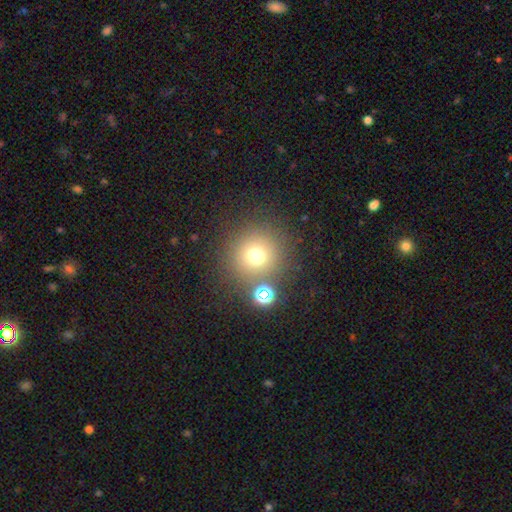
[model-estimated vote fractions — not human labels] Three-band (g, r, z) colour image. It shows a smooth galaxy with no disk features (71%) that is round (95%). Merging: none (80%).